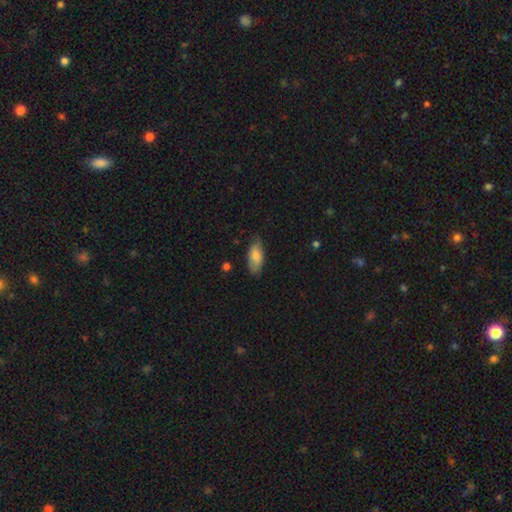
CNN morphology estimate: smooth 77%, featured or disk 17%, star or artifact 6%. Down the decision tree: how rounded — in between (87%); merging — none (75%).